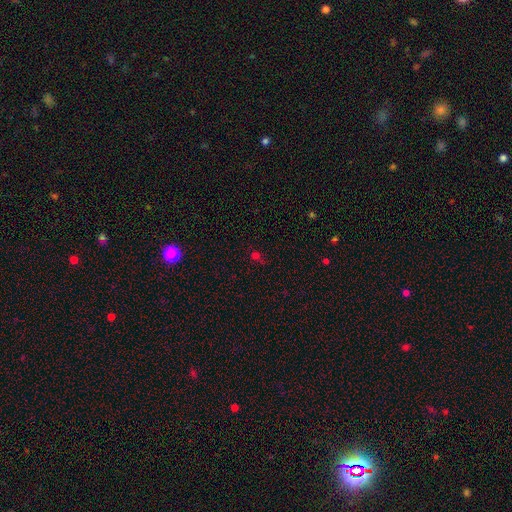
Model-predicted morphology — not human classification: type=smooth (46%); merging=none (62%).